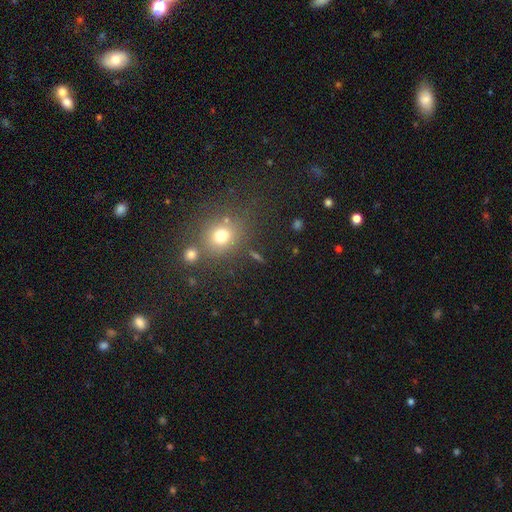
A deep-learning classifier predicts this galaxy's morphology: The model was most divided on "smooth or featured": smooth: 59%, star or artifact: 31%, featured or disk: 10%. More confident: how rounded — round (75%); merging — none (73%).